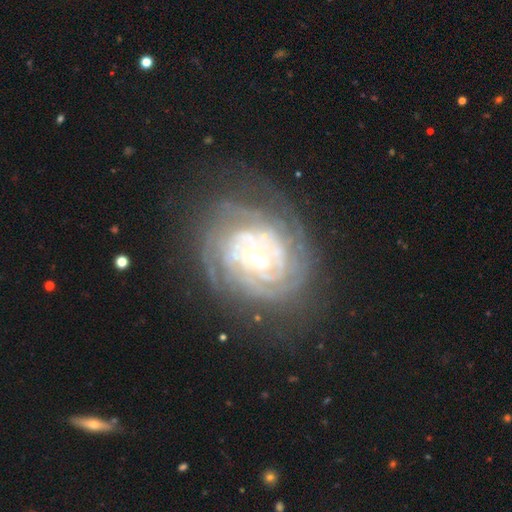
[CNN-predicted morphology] A featured or disk galaxy (87%) with a weak bar (48%), tight (79%) spiral arms (95%) and a small central bulge (57%). Merging: none (69%).